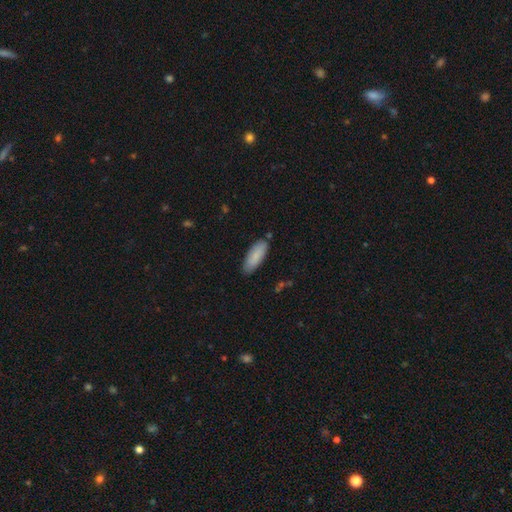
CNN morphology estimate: type=smooth (85%); roundness=in between (69%); merging=none (82%).